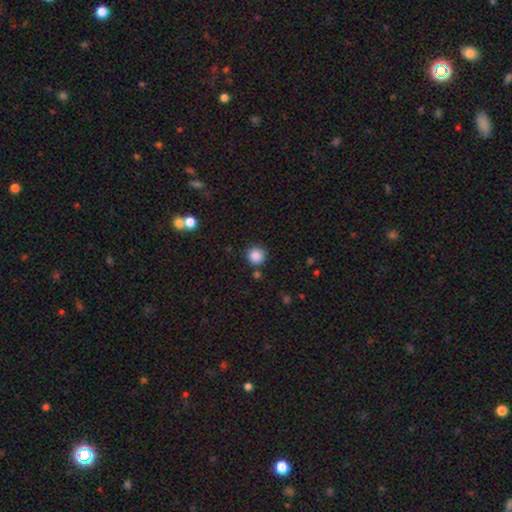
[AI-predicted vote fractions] Smooth or featured: smooth — 86% (star or artifact — 10%)
How rounded: round — 94% (in between — 5%)
Merging: none — 85% (minor disturbance — 9%)